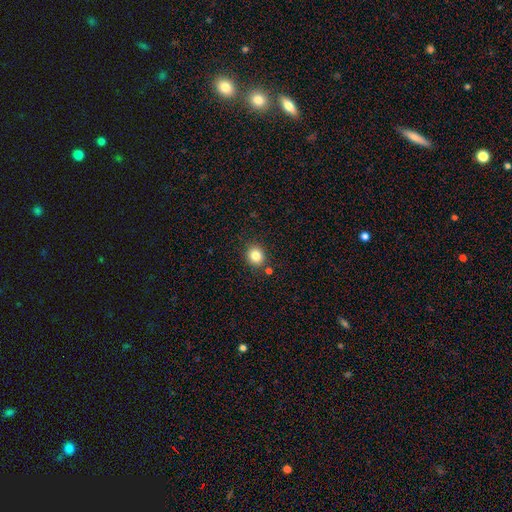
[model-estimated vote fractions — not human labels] This is clearly a smooth galaxy (83%). How rounded: likely round (76%). Merging: clearly none (85%).